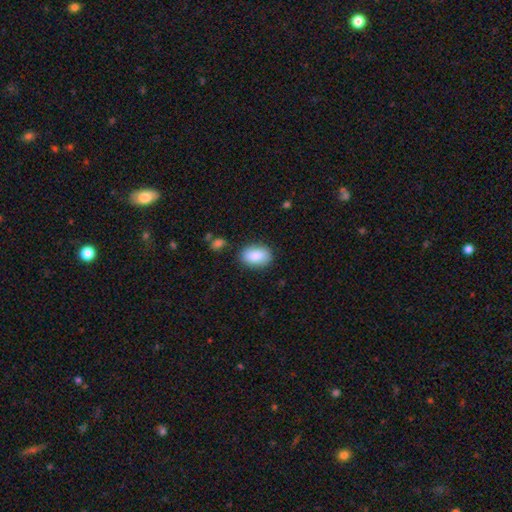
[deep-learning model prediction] Q: Smooth or featured?
A: smooth (88%); runner-up: star or artifact (6%)
Q: How rounded?
A: in between (85%); runner-up: round (13%)
Q: Merging?
A: none (83%); runner-up: minor disturbance (12%)